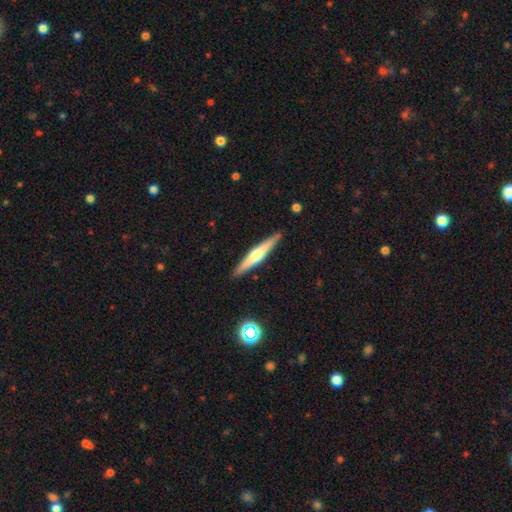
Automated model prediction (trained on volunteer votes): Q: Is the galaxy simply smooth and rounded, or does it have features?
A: featured or disk — 61%.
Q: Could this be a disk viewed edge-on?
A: yes — 97%.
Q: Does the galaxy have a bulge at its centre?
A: rounded — 84%.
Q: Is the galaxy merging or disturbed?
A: none — 90%.